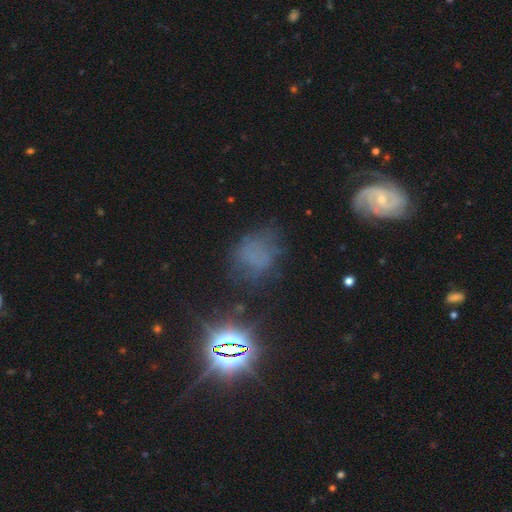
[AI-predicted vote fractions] Morphology: type=smooth (39%); merging=none (54%).